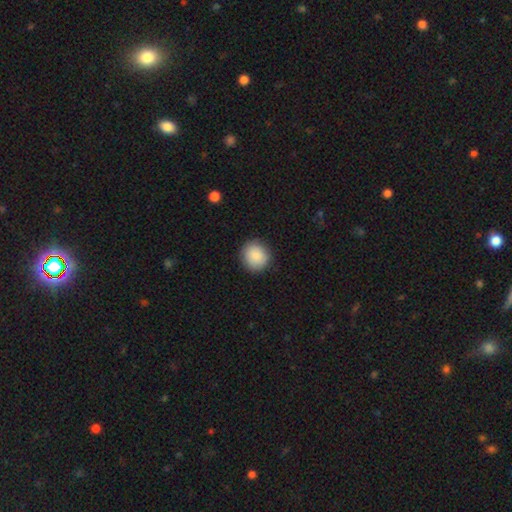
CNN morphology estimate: Overall: smooth (89%). How rounded: round (88%). Merging: none (90%).